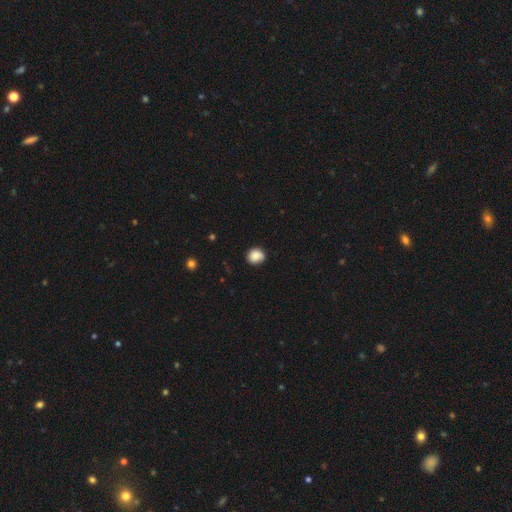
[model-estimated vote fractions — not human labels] A smooth galaxy with no disk features (85%) that is round (81%). Merging: none (81%).